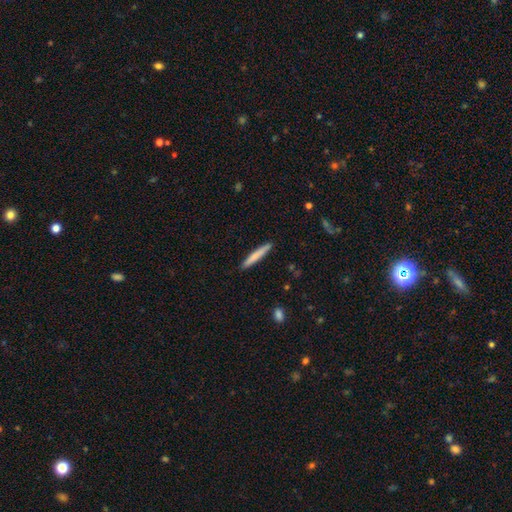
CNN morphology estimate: This is likely a smooth galaxy (75%). How rounded: clearly cigar-shaped (95%). Merging: clearly none (89%).